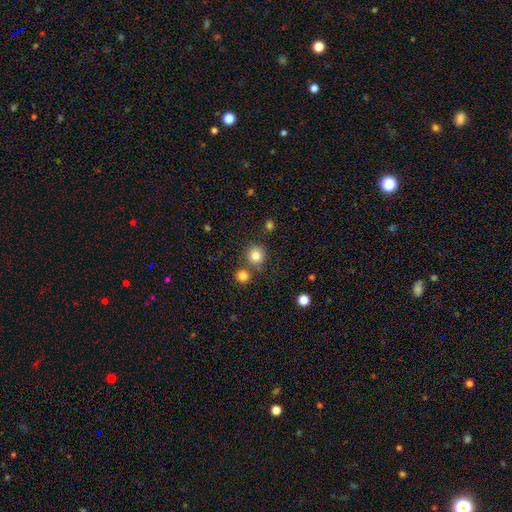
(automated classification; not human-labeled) Smooth or featured? smooth (82%)
How rounded? round (90%)
Merging? none (74%)